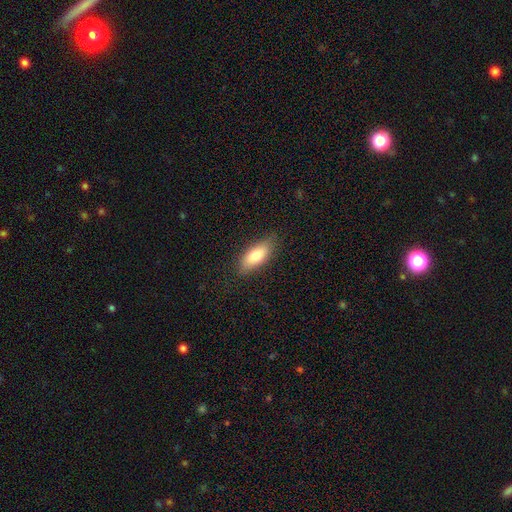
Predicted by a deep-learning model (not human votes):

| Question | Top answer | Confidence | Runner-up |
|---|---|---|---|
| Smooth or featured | smooth | 74% | featured or disk (19%) |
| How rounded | in between | 78% | cigar-shaped (19%) |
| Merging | none | 83% | minor disturbance (13%) |